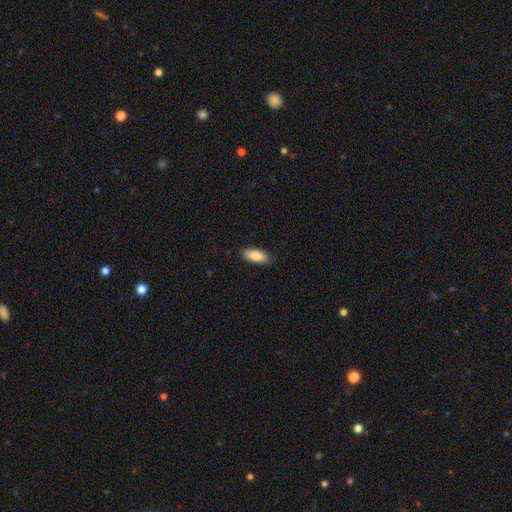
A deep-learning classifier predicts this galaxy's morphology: The model was most divided on "how rounded": in between: 83%, cigar-shaped: 15%, round: 2%. More confident: merging — none (88%); smooth or featured — smooth (86%).